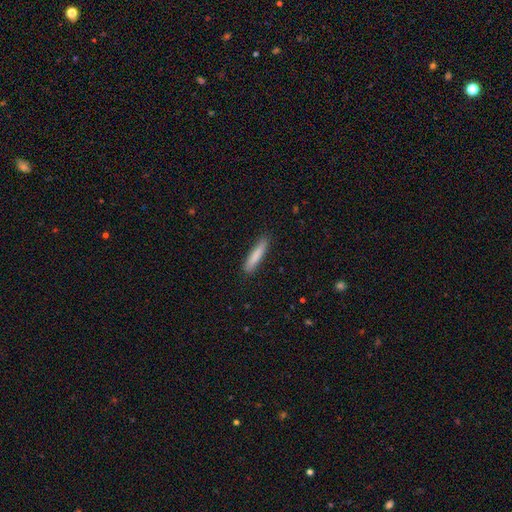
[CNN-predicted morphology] smooth 82%, featured or disk 12%, star or artifact 6%. Down the decision tree: how rounded — cigar-shaped (89%); merging — none (87%).